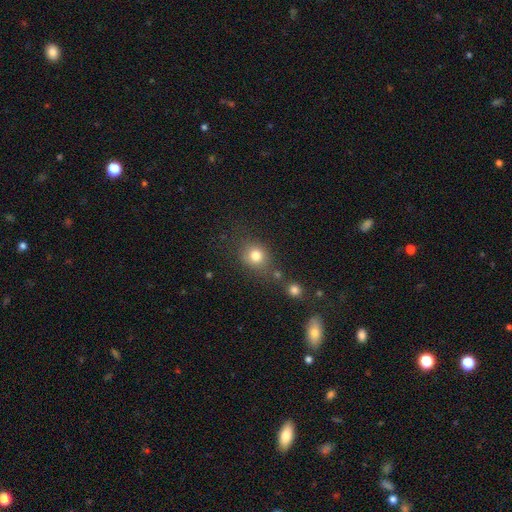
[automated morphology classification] This is likely a smooth galaxy (79%). How rounded: likely round (74%). Merging: likely none (66%).